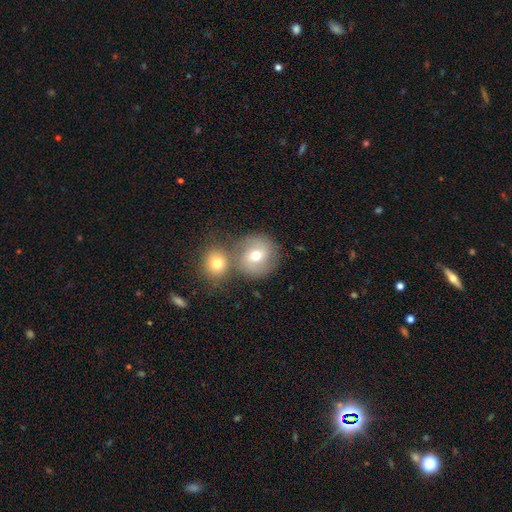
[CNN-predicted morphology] Q: Smooth or featured?
A: smooth (57%); runner-up: featured or disk (32%)
Q: How rounded?
A: round (87%); runner-up: in between (12%)
Q: Merging?
A: none (55%); runner-up: merger (31%)